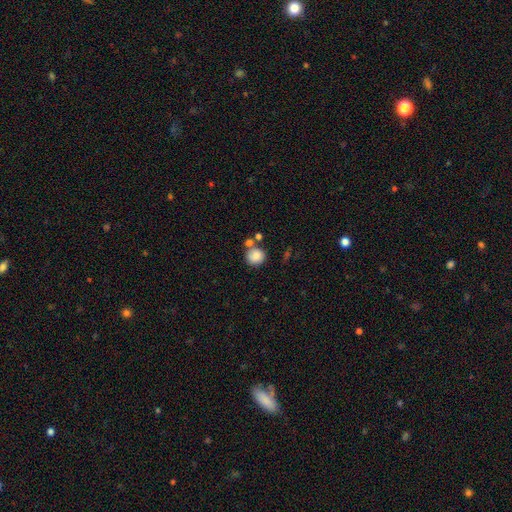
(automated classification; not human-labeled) Smooth or featured? Predicted: smooth (p=0.82). How rounded? Predicted: round (p=0.90). Merging? Predicted: none (p=0.63).